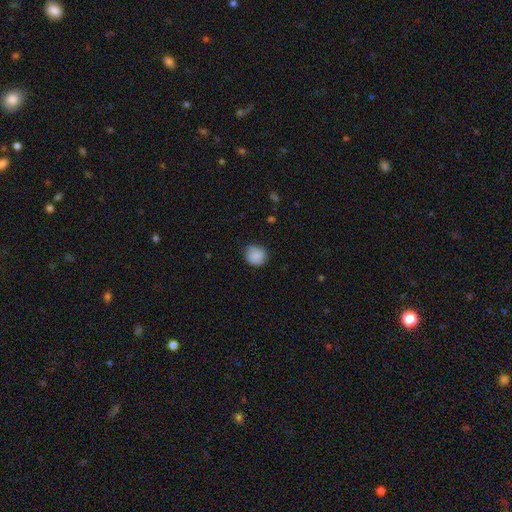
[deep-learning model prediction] This is clearly a smooth galaxy (81%). How rounded: clearly round (81%). Merging: likely none (75%).